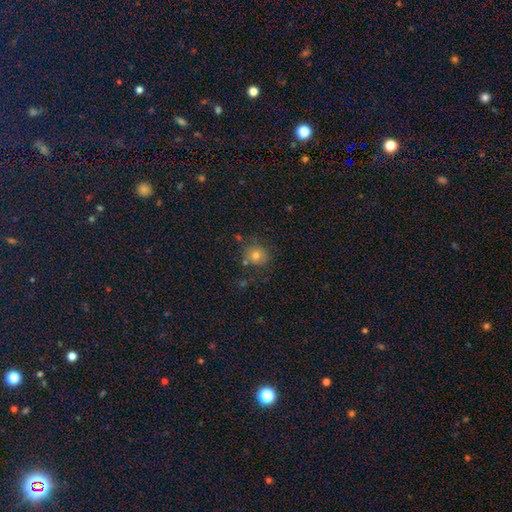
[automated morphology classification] A smooth galaxy with no disk features (73%) that is round (86%). Merging: none (78%).